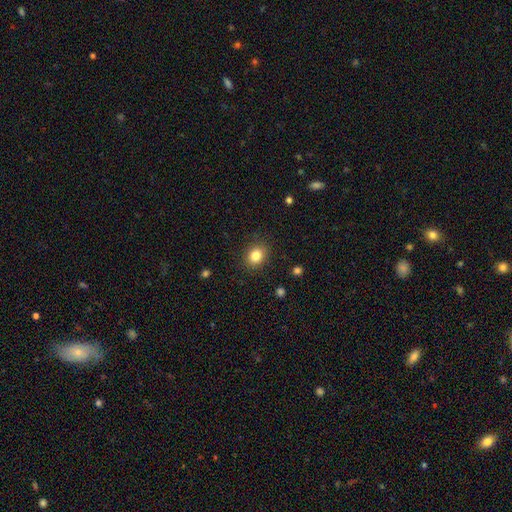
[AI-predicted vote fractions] This is clearly a smooth galaxy (84%). How rounded: possibly round (58%). Merging: clearly none (87%).